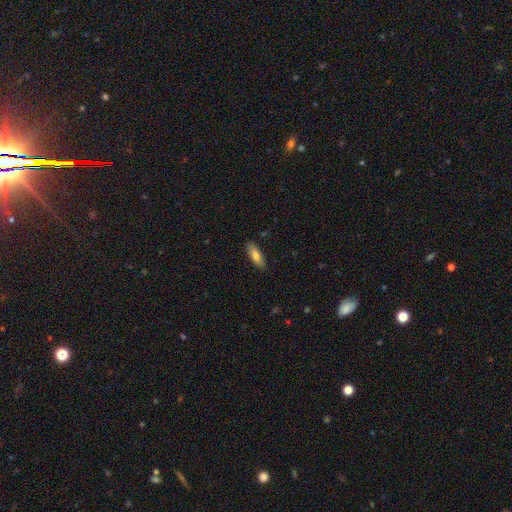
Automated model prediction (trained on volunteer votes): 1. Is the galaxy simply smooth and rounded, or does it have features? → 76% smooth, 18% featured or disk, 6% star or artifact.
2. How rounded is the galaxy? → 58% in between, 41% cigar-shaped, 2% round.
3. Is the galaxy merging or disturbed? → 85% none, 12% minor disturbance, 2% major disturbance, 1% merger.